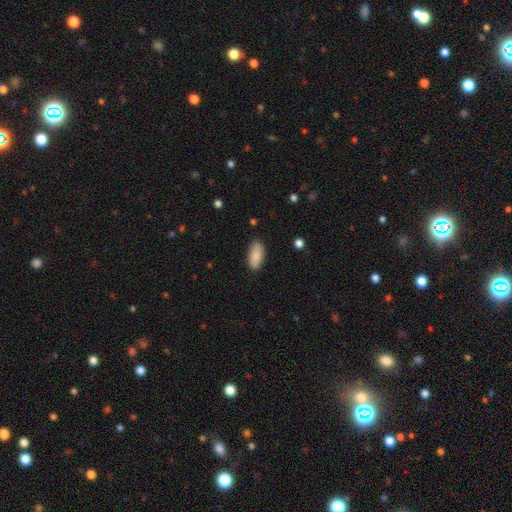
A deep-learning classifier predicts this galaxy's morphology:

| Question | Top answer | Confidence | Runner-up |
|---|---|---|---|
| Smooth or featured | smooth | 87% | featured or disk (7%) |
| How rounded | in between | 89% | cigar-shaped (9%) |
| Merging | none | 87% | minor disturbance (10%) |